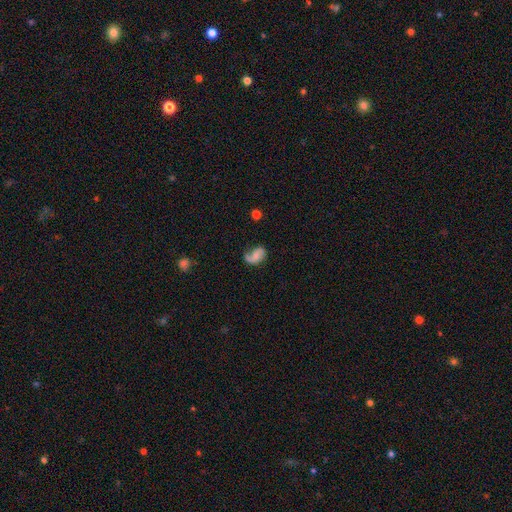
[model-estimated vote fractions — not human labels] Smooth or featured: featured or disk — 63% (smooth — 29%)
Edge-on disk: no — 97% (yes — 3%)
Bar: no — 61% (weak — 32%)
Spiral arms: yes — 91% (no — 9%)
Spiral winding: loose — 55% (medium — 33%)
Spiral arm count: 2 — 62% (1 — 32%)
Bulge size: small — 41% (moderate — 27%)
Merging: none — 52% (minor disturbance — 25%)